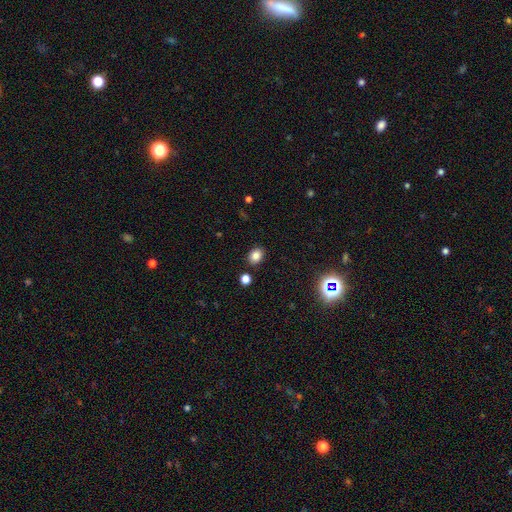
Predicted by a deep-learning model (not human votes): The model was most divided on "how rounded": in between: 56%, round: 43%, cigar-shaped: 1%. More confident: merging — none (86%); smooth or featured — smooth (82%).